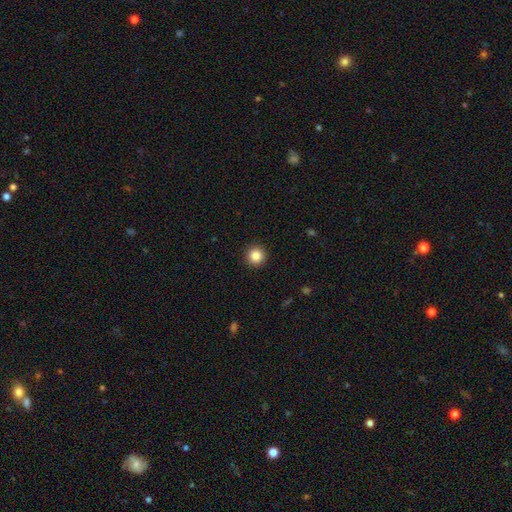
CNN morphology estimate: Q: Smooth or featured?
A: smooth (86%); runner-up: star or artifact (10%)
Q: How rounded?
A: round (95%); runner-up: in between (4%)
Q: Merging?
A: none (93%); runner-up: minor disturbance (4%)